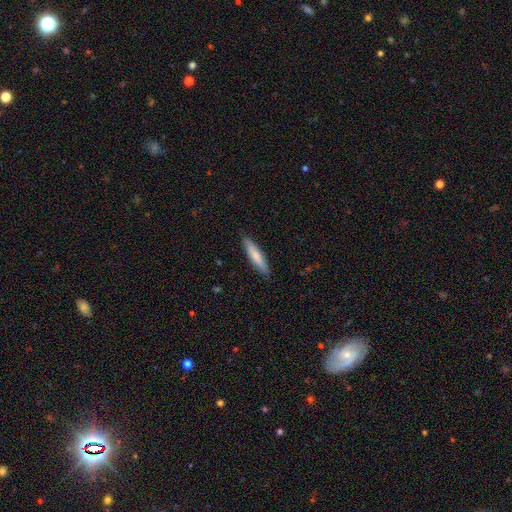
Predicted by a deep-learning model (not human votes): Q: Smooth or featured?
A: smooth (75%); runner-up: featured or disk (20%)
Q: How rounded?
A: cigar-shaped (85%); runner-up: in between (14%)
Q: Merging?
A: none (89%); runner-up: minor disturbance (8%)